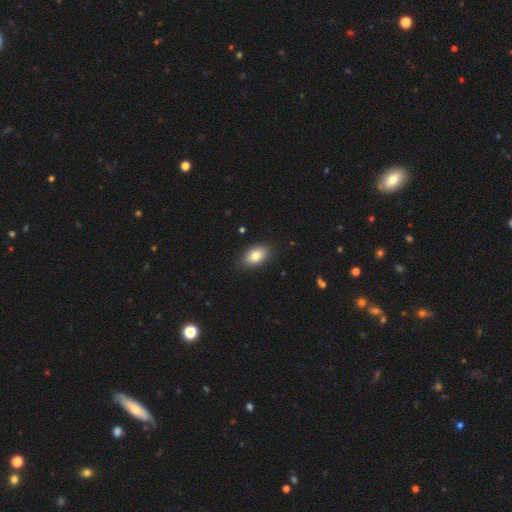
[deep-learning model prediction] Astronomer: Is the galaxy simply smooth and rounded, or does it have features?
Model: smooth — 81%.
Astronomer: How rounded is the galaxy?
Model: in between — 87%.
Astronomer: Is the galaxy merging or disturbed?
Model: none — 86%.